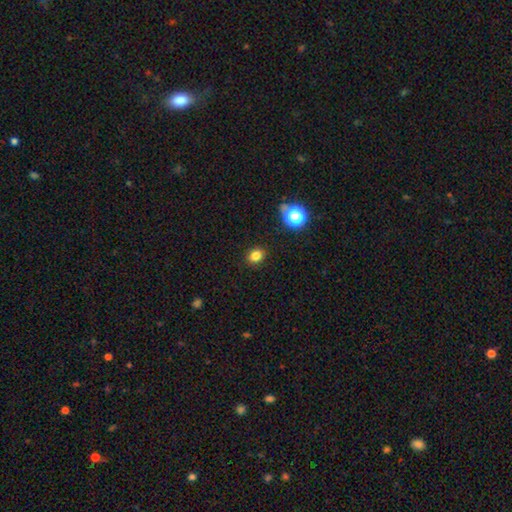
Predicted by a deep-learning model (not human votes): A smooth galaxy with no disk features (81%) that is round (58%). Merging: none (89%).